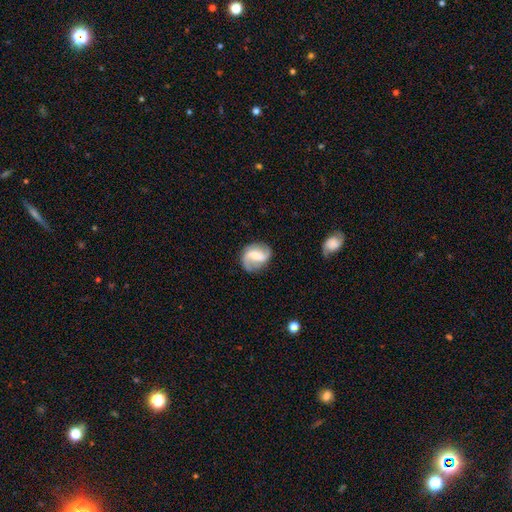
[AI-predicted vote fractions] Smooth or featured: featured or disk — 79% (smooth — 15%)
Edge-on disk: no — 98% (yes — 2%)
Bar: weak — 46% (strong — 32%)
Spiral arms: yes — 95% (no — 5%)
Spiral winding: loose — 44% (medium — 41%)
Spiral arm count: 2 — 88% (can't tell — 4%)
Bulge size: small — 34% (moderate — 30%)
Merging: none — 77% (minor disturbance — 15%)